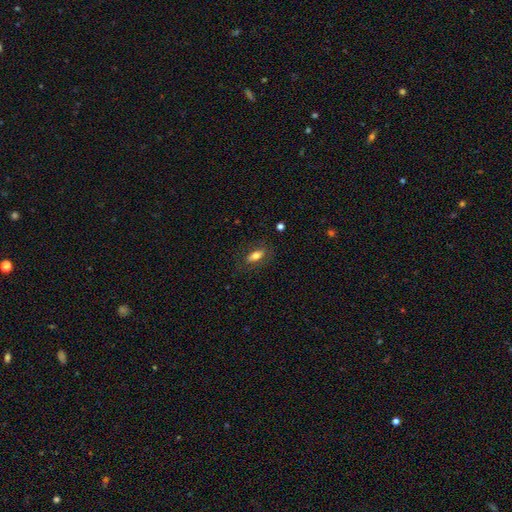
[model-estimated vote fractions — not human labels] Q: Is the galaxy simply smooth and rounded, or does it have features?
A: smooth — 74%.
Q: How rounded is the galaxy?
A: in between — 80%.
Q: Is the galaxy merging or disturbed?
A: none — 81%.